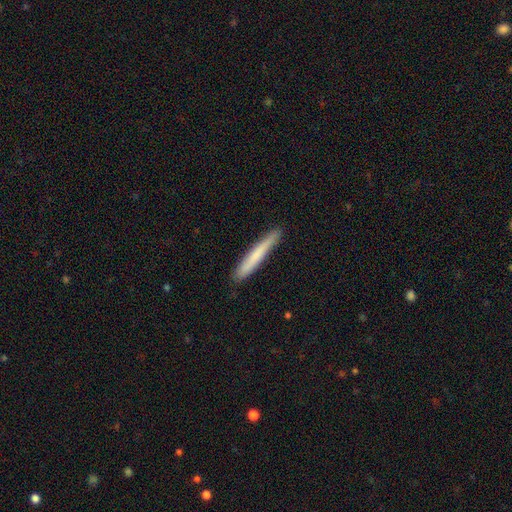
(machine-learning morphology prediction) Smooth or featured: smooth — 72% (featured or disk — 23%)
How rounded: cigar-shaped — 96% (in between — 3%)
Merging: none — 89% (minor disturbance — 9%)